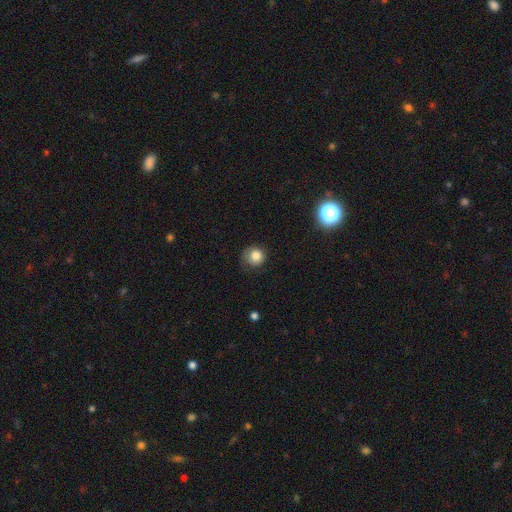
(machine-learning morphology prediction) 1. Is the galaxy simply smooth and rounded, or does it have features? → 81% smooth, 11% star or artifact, 8% featured or disk.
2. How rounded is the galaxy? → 90% round, 9% in between, 1% cigar-shaped.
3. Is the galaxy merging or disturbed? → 72% none, 21% minor disturbance, 6% major disturbance, 1% merger.